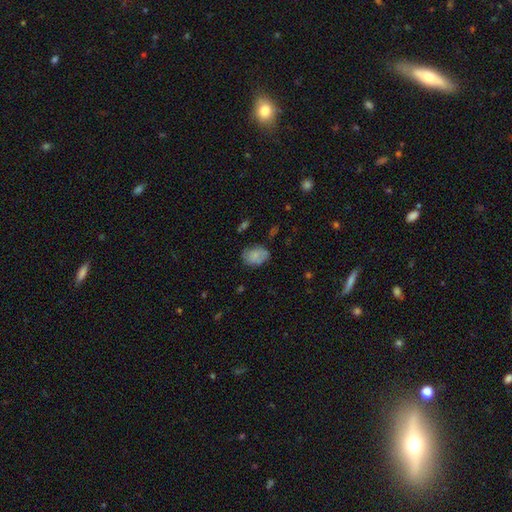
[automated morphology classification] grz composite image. It shows a smooth galaxy with no disk features (74%) that is in between round and cigar-shaped (75%). Merging: none (60%).